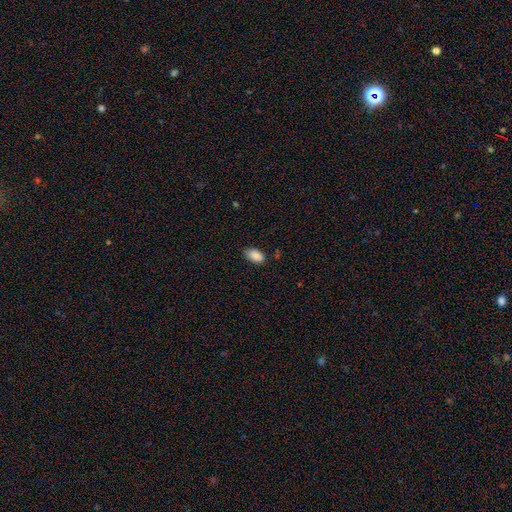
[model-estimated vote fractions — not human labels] A smooth galaxy with no disk features (89%) that is in between round and cigar-shaped (94%). Merging: none (79%).